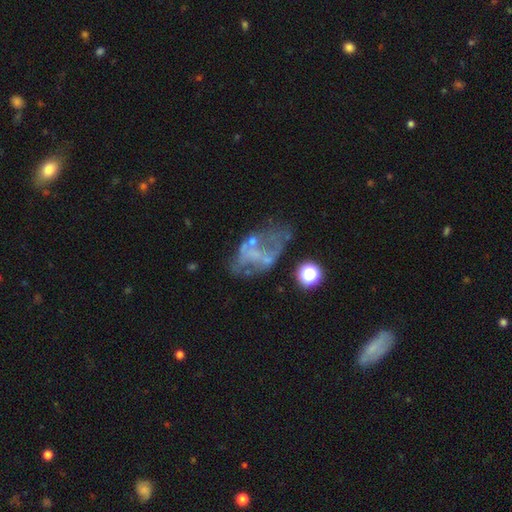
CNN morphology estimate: The model was most divided on "merging": none: 36%, major disturbance: 31%, minor disturbance: 21%, merger: 12%. More confident: edge-on disk — no (97%); bar — no (82%); spiral arms — no (80%); bulge size — none (67%); smooth or featured — featured or disk (62%).